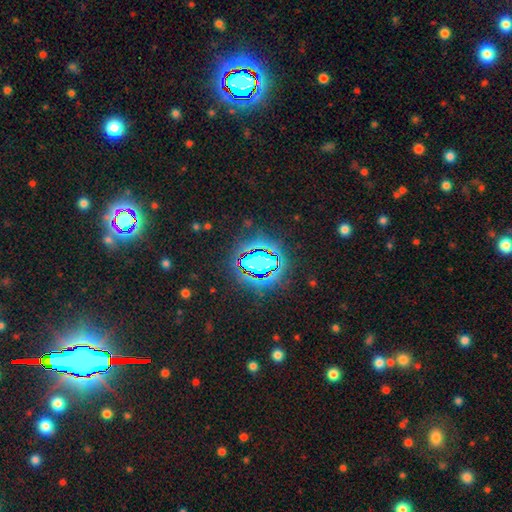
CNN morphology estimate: Smooth or featured? star or artifact (81%)